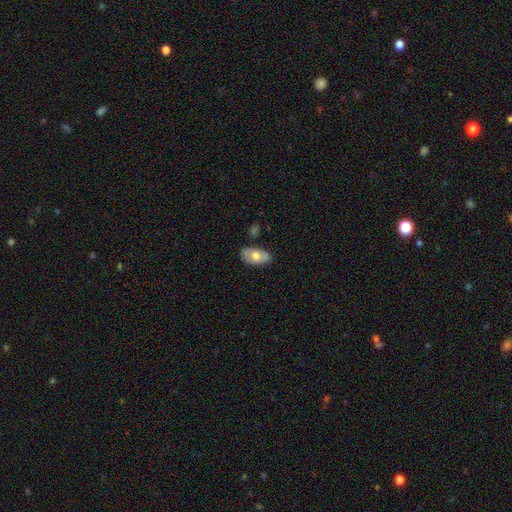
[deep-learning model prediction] Smooth or featured?
  - smooth: 57% *
  - featured or disk: 37%
  - star or artifact: 6%
How rounded?
  - in between: 92% *
  - round: 7%
  - cigar-shaped: 2%
Merging?
  - none: 79% *
  - minor disturbance: 15%
  - merger: 3%
  - major disturbance: 3%